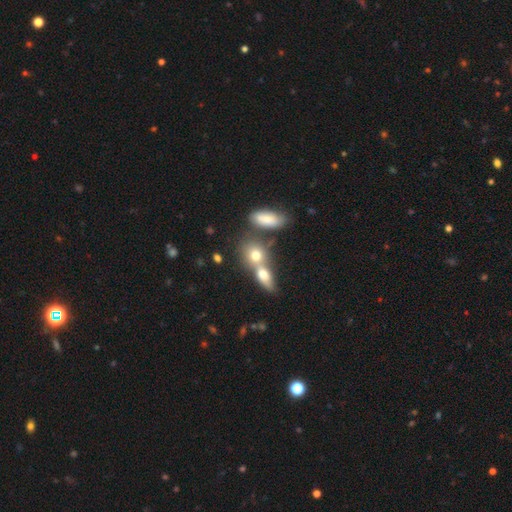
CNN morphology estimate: Smooth or featured?
  - smooth: 71% *
  - featured or disk: 19%
  - star or artifact: 10%
How rounded?
  - in between: 49% *
  - round: 44%
  - cigar-shaped: 7%
Merging?
  - merger: 59% *
  - none: 29%
  - minor disturbance: 8%
  - major disturbance: 4%